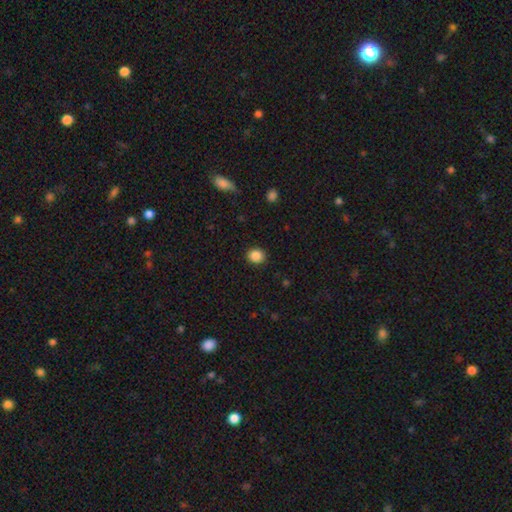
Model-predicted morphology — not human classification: Overall: smooth (88%). How rounded: round (77%). Merging: none (91%).